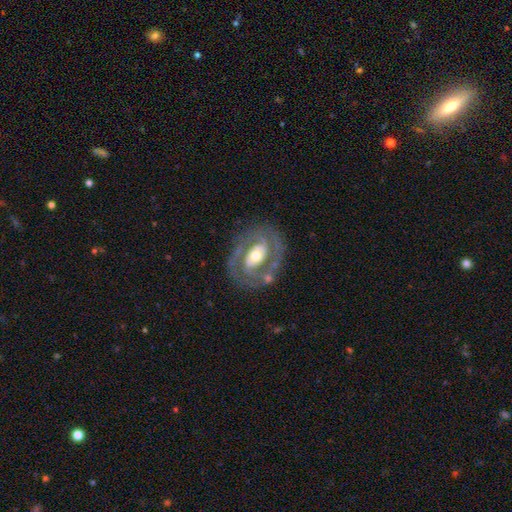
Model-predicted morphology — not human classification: Overall: featured or disk (82%). Edge-on disk: no (96%). Bar: no (51%; weak 29%). Spiral arms: yes (79%). Spiral arm count: 2 (73%). Spiral winding: tight (52%; medium 37%). Bulge size: moderate (63%). Merging: none (74%).